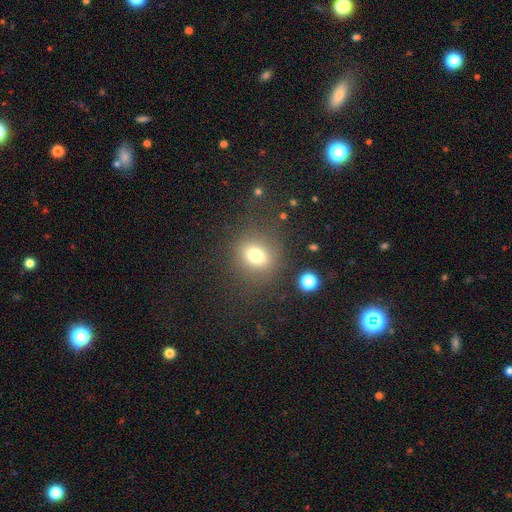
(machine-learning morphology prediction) Q: Smooth or featured?
A: smooth (76%); runner-up: star or artifact (15%)
Q: How rounded?
A: round (67%); runner-up: in between (32%)
Q: Merging?
A: none (79%); runner-up: minor disturbance (11%)